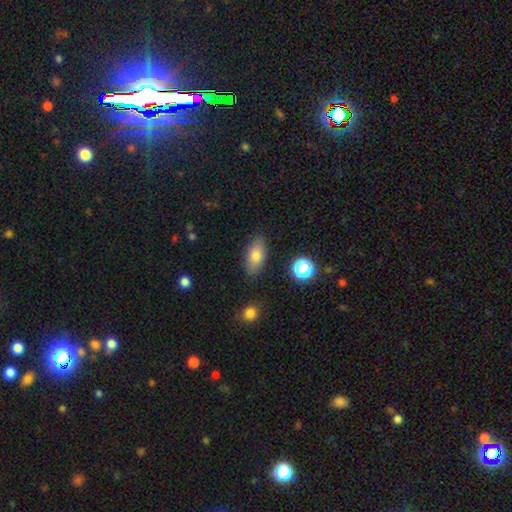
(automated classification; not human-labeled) This appears to be a smooth galaxy with no disk features (76%) that is in between round and cigar-shaped (85%). Merging: none (85%).